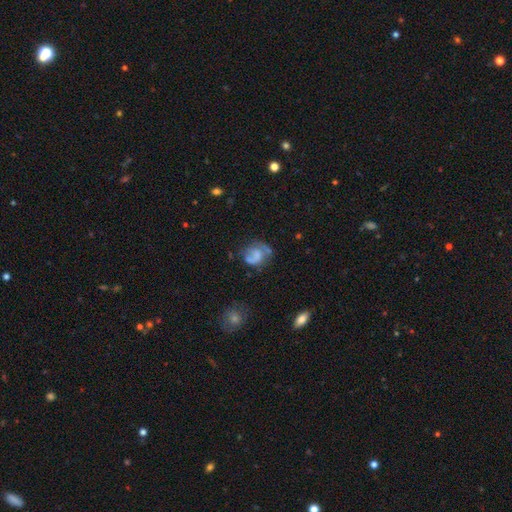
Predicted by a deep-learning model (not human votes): smooth_or_featured: featured or disk (p=0.45) [tied with: smooth p=0.45]
merging: none (p=0.42) [alt: minor disturbance p=0.26]